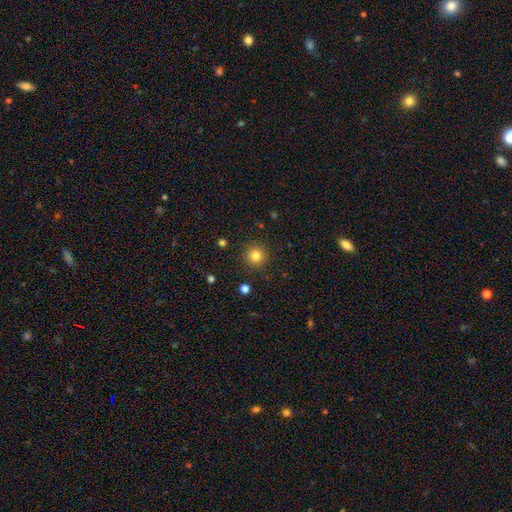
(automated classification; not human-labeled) Smooth or featured? Predicted: smooth (p=0.83). How rounded? Predicted: round (p=0.95). Merging? Predicted: none (p=0.90).